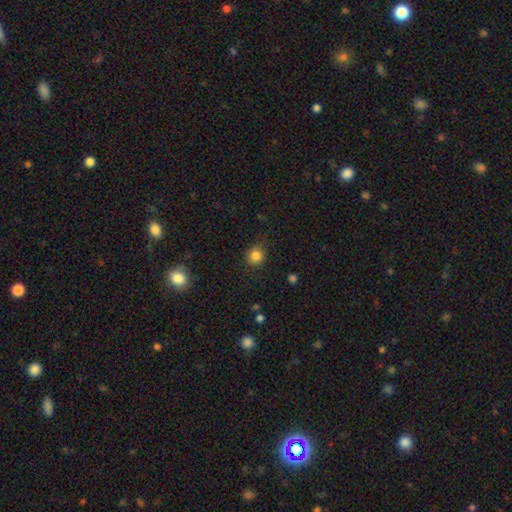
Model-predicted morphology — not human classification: type=smooth (83%); roundness=round (86%); merging=none (81%).